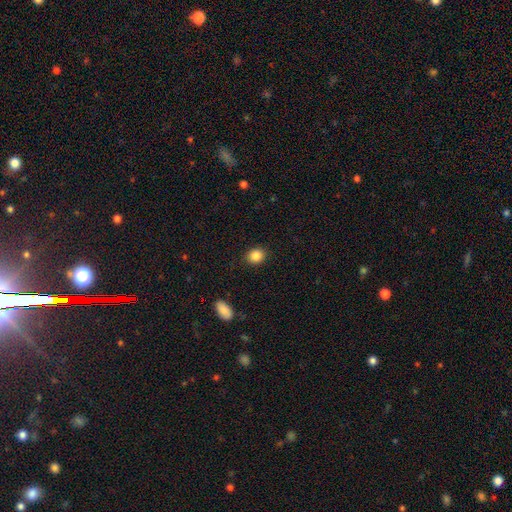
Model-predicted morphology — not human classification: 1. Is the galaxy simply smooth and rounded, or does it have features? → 87% smooth, 9% star or artifact, 4% featured or disk.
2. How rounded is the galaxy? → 65% round, 34% in between, 1% cigar-shaped.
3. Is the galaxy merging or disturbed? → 89% none, 8% minor disturbance, 2% major disturbance, 1% merger.